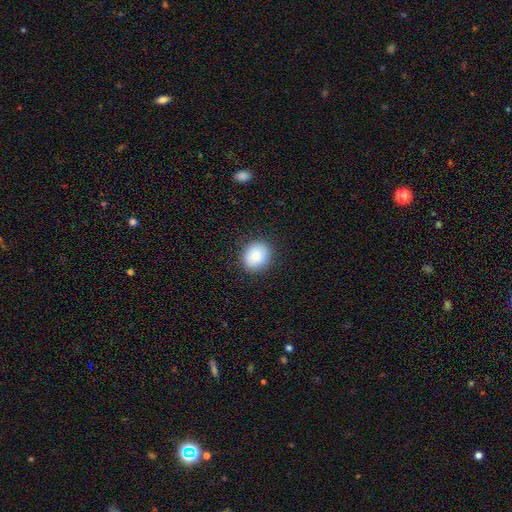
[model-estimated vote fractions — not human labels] smooth_or_featured: smooth (p=0.85) [alt: star or artifact p=0.08]
how_rounded: round (p=0.74) [alt: in between p=0.26]
merging: none (p=0.88) [alt: minor disturbance p=0.09]